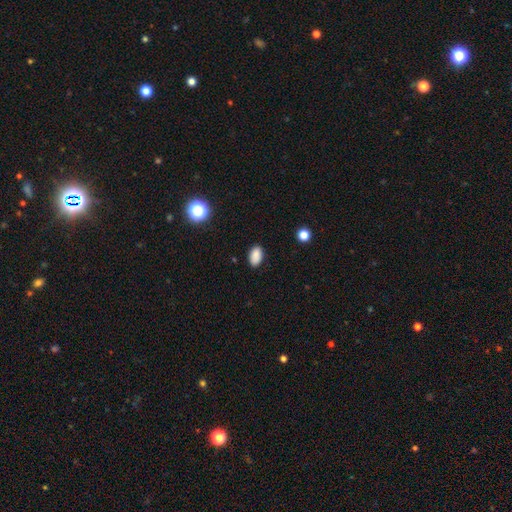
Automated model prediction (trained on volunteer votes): Overall: smooth (87%). How rounded: in between (91%). Merging: none (86%).